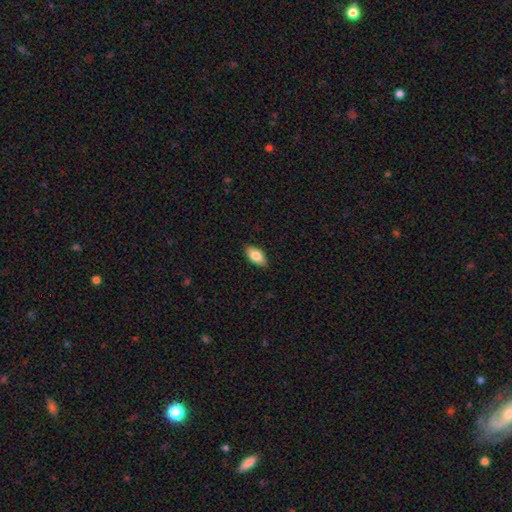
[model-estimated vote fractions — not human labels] smooth 81%, featured or disk 12%, star or artifact 7%. Down the decision tree: how rounded — in between (91%); merging — none (88%).